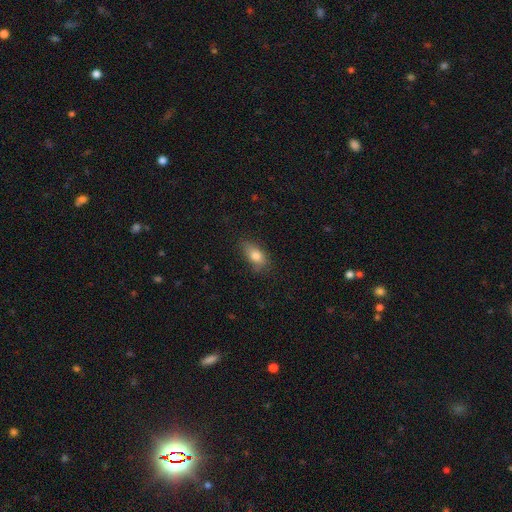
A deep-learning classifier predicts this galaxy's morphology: type=smooth (80%); roundness=in between (86%); merging=none (68%).